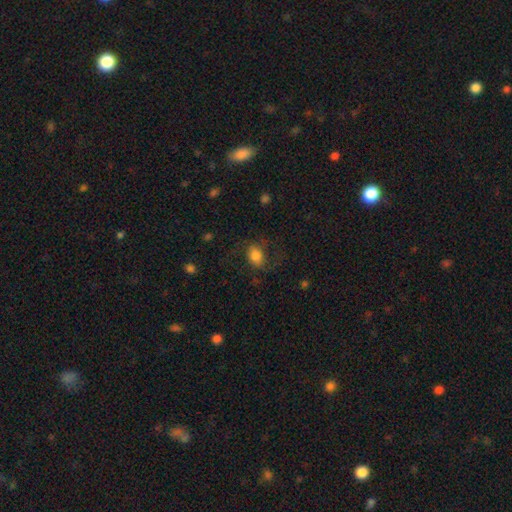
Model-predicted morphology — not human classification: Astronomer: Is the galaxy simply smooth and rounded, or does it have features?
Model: smooth — 62%.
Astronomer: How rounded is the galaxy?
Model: in between — 67%.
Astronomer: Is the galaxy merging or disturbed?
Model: none — 58%.